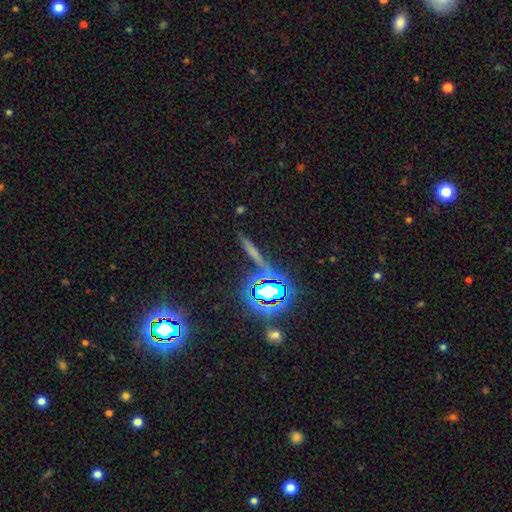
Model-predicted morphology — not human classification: smooth-or-featured: star or artifact: 43% | smooth: 31% | featured or disk: 26%